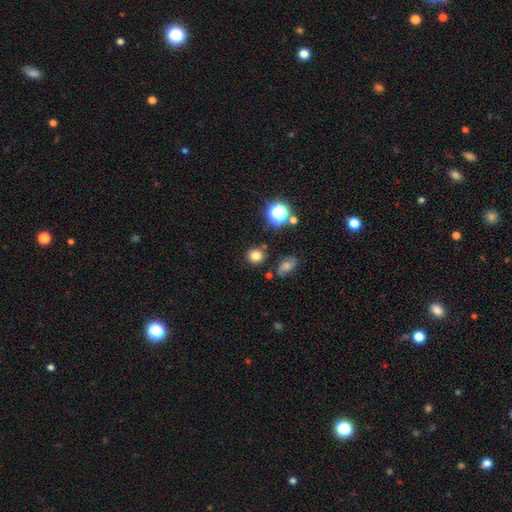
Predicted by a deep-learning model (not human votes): Smooth or featured?
  - smooth: 76% *
  - star or artifact: 15%
  - featured or disk: 8%
How rounded?
  - round: 89% *
  - in between: 10%
  - cigar-shaped: 1%
Merging?
  - none: 83% *
  - minor disturbance: 10%
  - merger: 5%
  - major disturbance: 3%